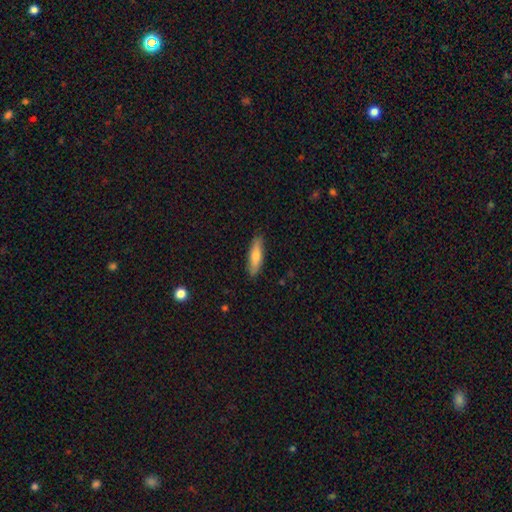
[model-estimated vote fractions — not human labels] Smooth or featured?
  - smooth: 68% *
  - featured or disk: 27%
  - star or artifact: 6%
How rounded?
  - cigar-shaped: 64% *
  - in between: 34%
  - round: 2%
Merging?
  - none: 87% *
  - minor disturbance: 10%
  - major disturbance: 2%
  - merger: 1%